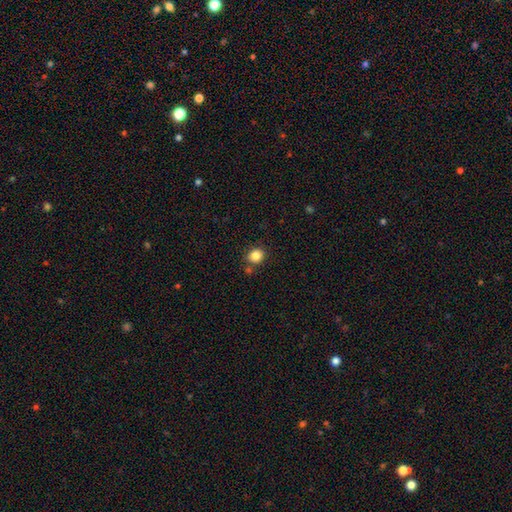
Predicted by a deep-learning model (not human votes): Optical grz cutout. It shows a smooth galaxy with no disk features (85%) that is round (75%). Merging: none (78%).